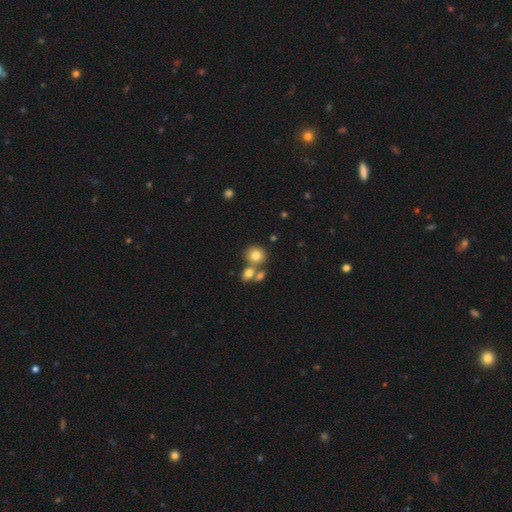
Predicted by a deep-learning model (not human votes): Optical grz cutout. It shows a smooth galaxy with no disk features (78%) that is round (81%). Merging: none (55%).